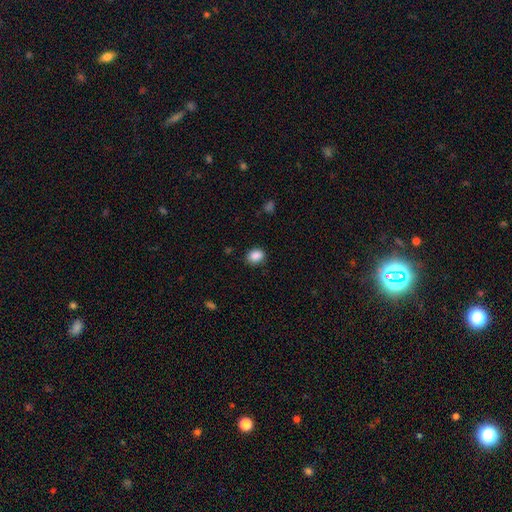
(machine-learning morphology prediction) Smooth or featured: smooth — 88% (star or artifact — 9%)
How rounded: in between — 54% (round — 45%)
Merging: none — 85% (minor disturbance — 11%)